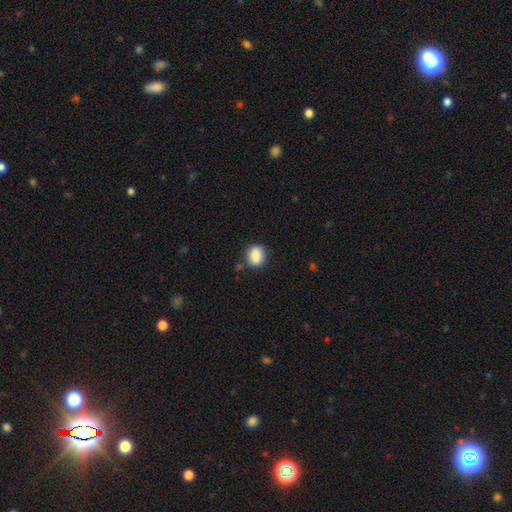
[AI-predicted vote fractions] Morphology: type=smooth (87%); roundness=round (51%); merging=none (84%).